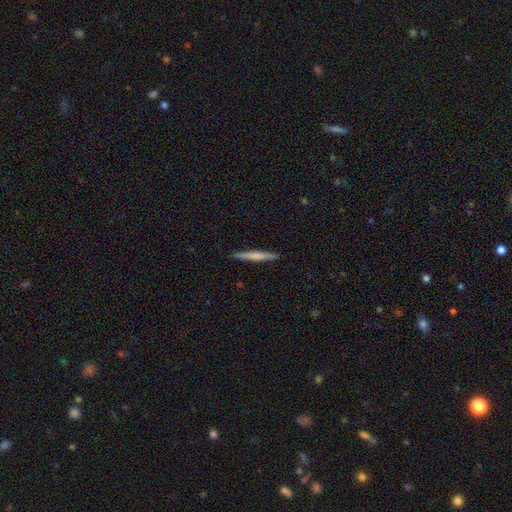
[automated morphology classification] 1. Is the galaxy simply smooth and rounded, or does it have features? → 57% smooth, 37% featured or disk, 5% star or artifact.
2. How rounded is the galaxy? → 96% cigar-shaped, 3% in between, 1% round.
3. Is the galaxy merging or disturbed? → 91% none, 6% minor disturbance, 1% major disturbance, 1% merger.